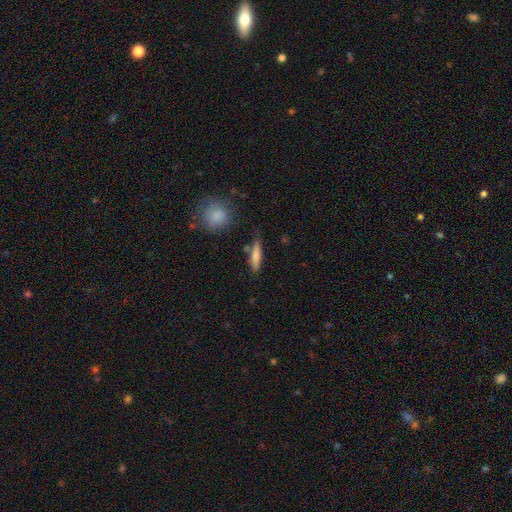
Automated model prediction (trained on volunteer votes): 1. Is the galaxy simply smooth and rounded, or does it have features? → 72% smooth, 21% featured or disk, 7% star or artifact.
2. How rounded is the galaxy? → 77% cigar-shaped, 21% in between, 3% round.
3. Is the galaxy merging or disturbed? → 74% none, 16% minor disturbance, 7% merger, 4% major disturbance.